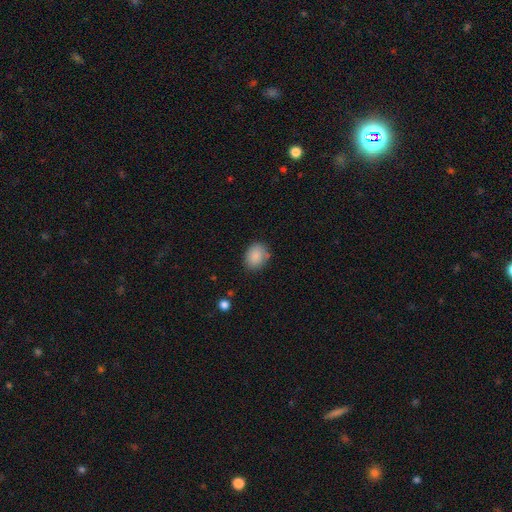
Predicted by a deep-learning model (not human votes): Morphology: type=smooth (87%); roundness=in between (56%); merging=none (79%).